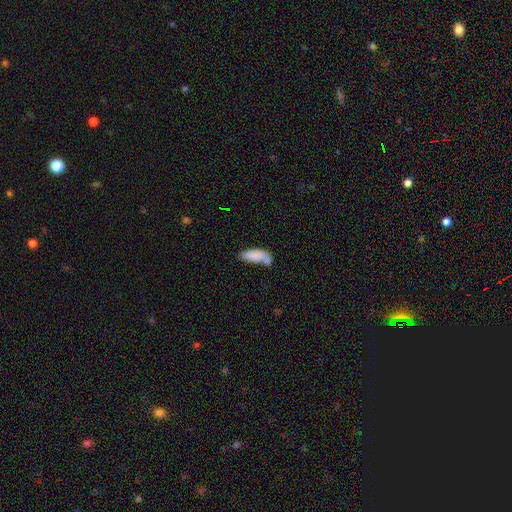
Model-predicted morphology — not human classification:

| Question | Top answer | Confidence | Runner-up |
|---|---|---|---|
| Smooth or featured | smooth | 80% | featured or disk (12%) |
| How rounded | in between | 73% | cigar-shaped (25%) |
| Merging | none | 39% | merger (26%) |